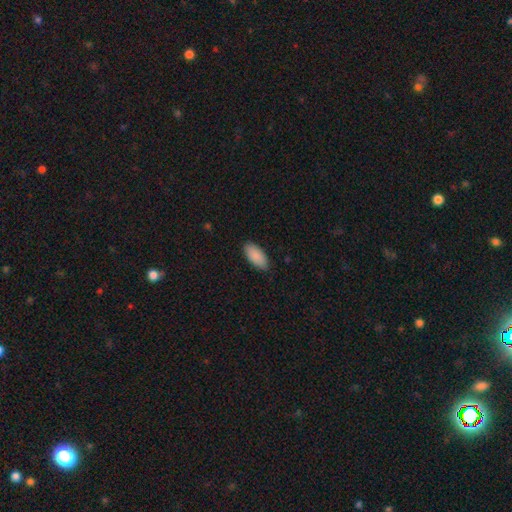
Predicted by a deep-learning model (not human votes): This appears to be a smooth galaxy with no disk features (90%) that is in between round and cigar-shaped (92%). Merging: none (86%).